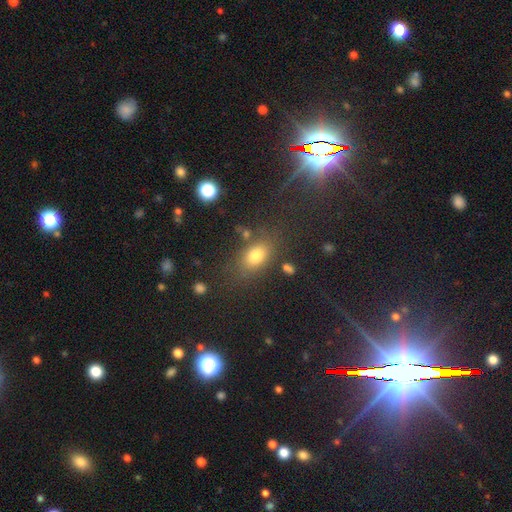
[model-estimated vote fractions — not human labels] This appears to be a smooth galaxy with no disk features (74%) that is in between round and cigar-shaped (79%). Merging: none (74%).